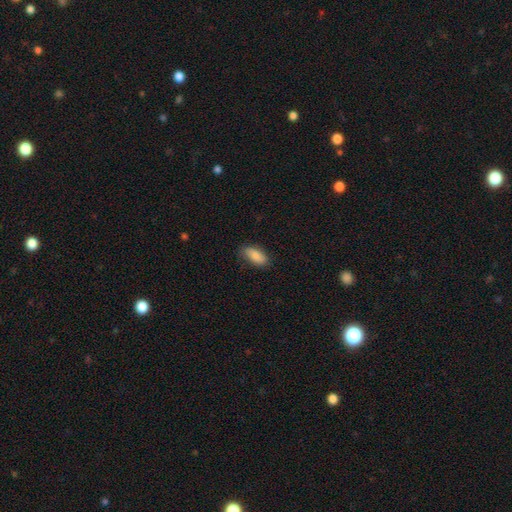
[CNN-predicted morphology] Smooth or featured? Predicted: smooth (p=0.86). How rounded? Predicted: in between (p=0.87). Merging? Predicted: none (p=0.80).